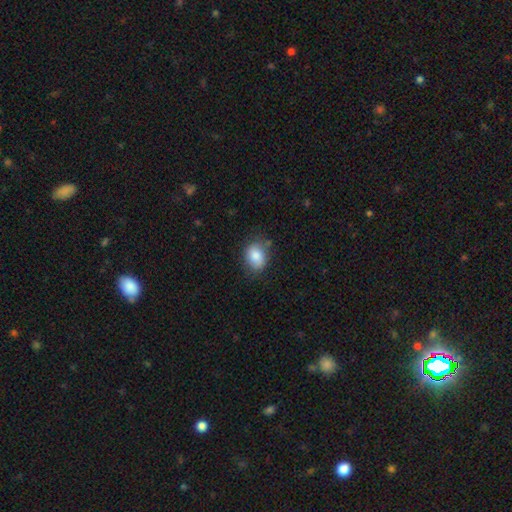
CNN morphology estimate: Smooth or featured?
  - smooth: 84% *
  - featured or disk: 8%
  - star or artifact: 8%
How rounded?
  - in between: 66% *
  - round: 33%
  - cigar-shaped: 1%
Merging?
  - none: 70% *
  - minor disturbance: 22%
  - major disturbance: 6%
  - merger: 3%